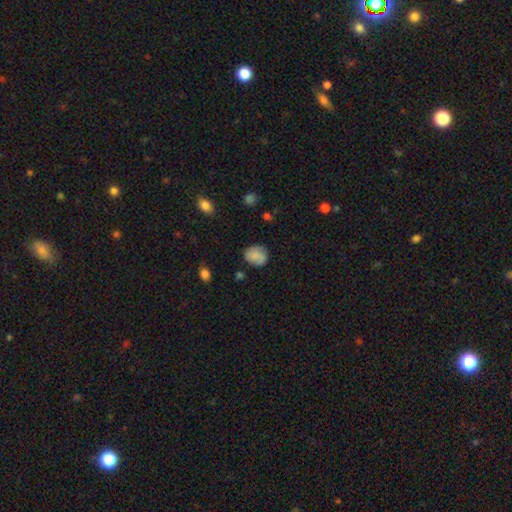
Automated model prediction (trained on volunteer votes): smooth-or-featured: smooth: 77% | featured or disk: 15% | star or artifact: 8%
  how-rounded: round: 67% | in between: 32% | cigar-shaped: 1%
  merging: none: 74% | minor disturbance: 19% | major disturbance: 5% | merger: 2%